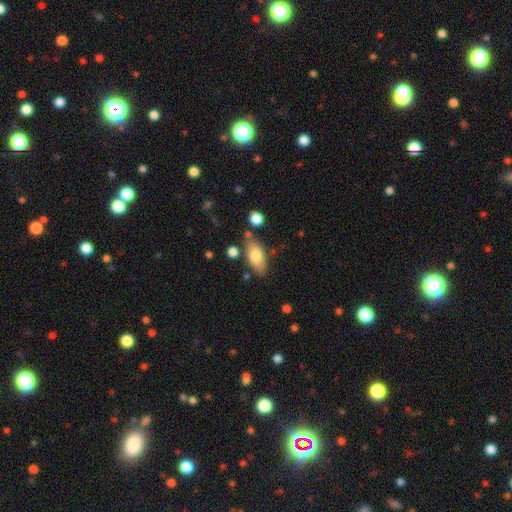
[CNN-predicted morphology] Smooth or featured?
  - smooth: 74% *
  - featured or disk: 19%
  - star or artifact: 7%
How rounded?
  - in between: 86% *
  - cigar-shaped: 10%
  - round: 4%
Merging?
  - none: 73% *
  - minor disturbance: 16%
  - merger: 7%
  - major disturbance: 4%